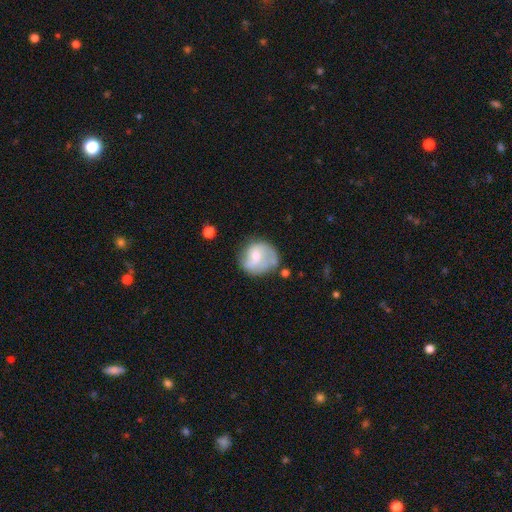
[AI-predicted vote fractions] Smooth or featured?
  - featured or disk: 49% *
  - smooth: 44%
  - star or artifact: 8%
Merging?
  - none: 50% *
  - minor disturbance: 26%
  - major disturbance: 16%
  - merger: 8%